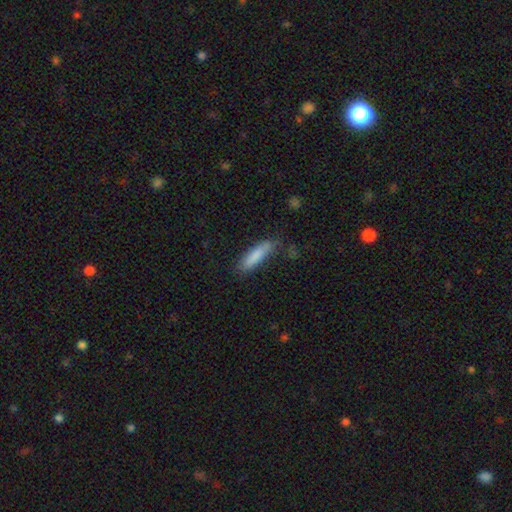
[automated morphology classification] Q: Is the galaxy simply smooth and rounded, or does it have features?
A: smooth — 83%.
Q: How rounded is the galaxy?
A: cigar-shaped — 71%.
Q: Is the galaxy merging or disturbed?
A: none — 72%.